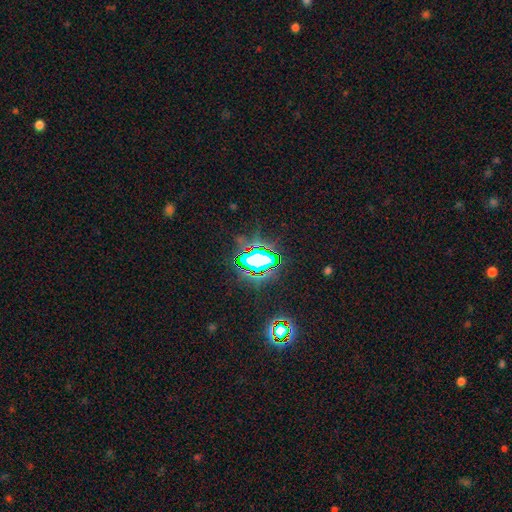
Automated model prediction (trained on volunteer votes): Smooth or featured: star or artifact — 82% (smooth — 11%)